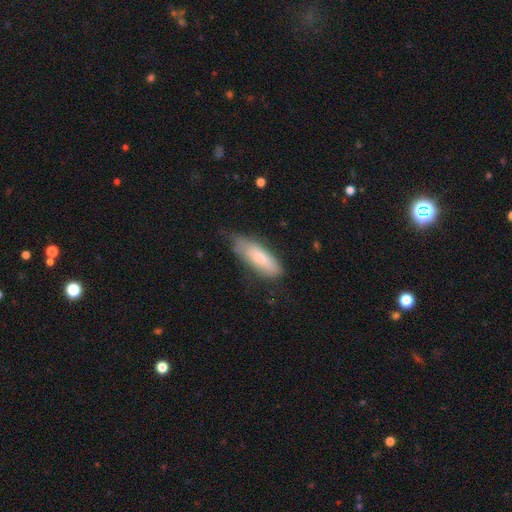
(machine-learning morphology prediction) Overall: smooth (69%). How rounded: in between (57%; cigar-shaped 41%). Merging: none (60%; minor disturbance 31%).